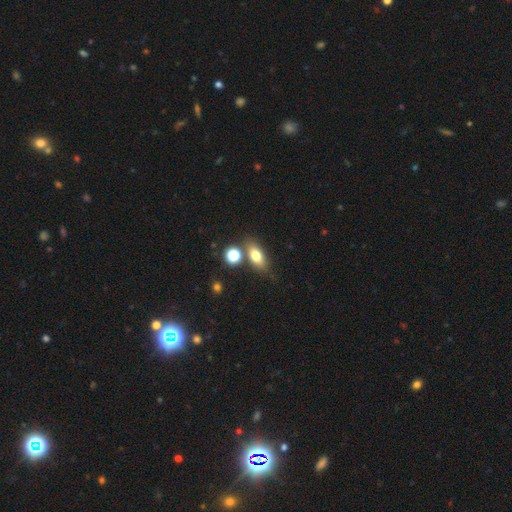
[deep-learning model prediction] The model was most divided on "merging": none: 67%, merger: 14%, minor disturbance: 14%, major disturbance: 4%. More confident: how rounded — in between (76%); smooth or featured — smooth (74%).